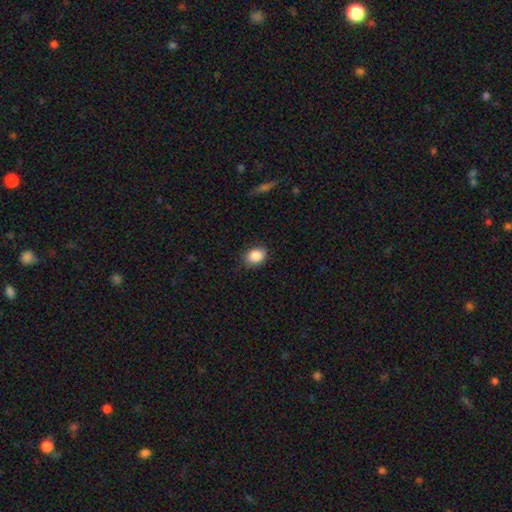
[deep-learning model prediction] This appears to be a smooth galaxy with no disk features (87%) that is in between round and cigar-shaped (60%). Merging: none (81%).